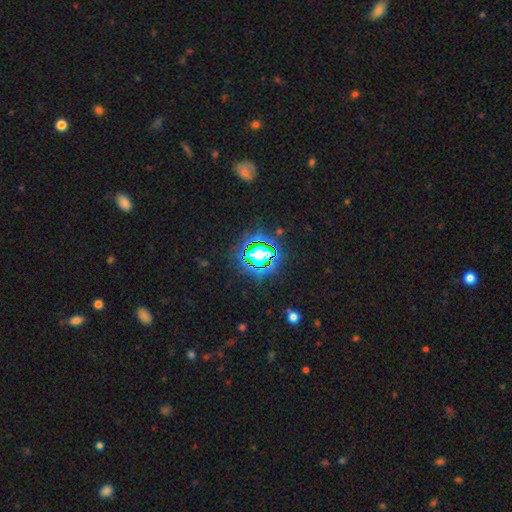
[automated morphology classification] Smooth or featured?
  - star or artifact: 70% *
  - smooth: 19%
  - featured or disk: 11%